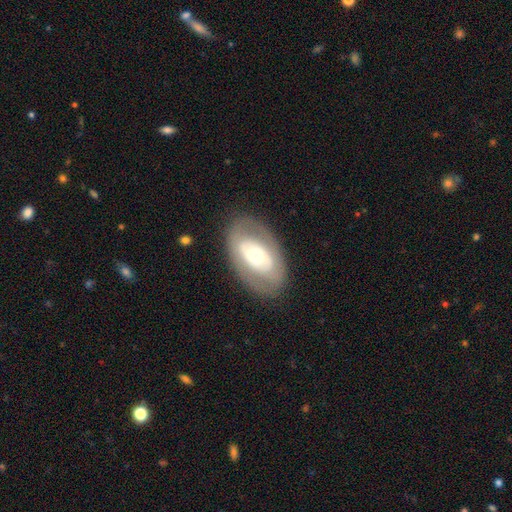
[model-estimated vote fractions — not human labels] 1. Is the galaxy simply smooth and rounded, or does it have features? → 56% featured or disk, 38% smooth, 6% star or artifact.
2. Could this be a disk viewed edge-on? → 91% no, 9% yes.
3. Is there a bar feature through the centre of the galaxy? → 64% no, 21% weak, 15% strong.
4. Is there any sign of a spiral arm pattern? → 73% no, 27% yes.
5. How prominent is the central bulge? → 57% moderate, 28% small, 12% large, 2% dominant, 1% none.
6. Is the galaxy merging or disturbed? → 81% none, 12% minor disturbance, 6% major disturbance, 1% merger.